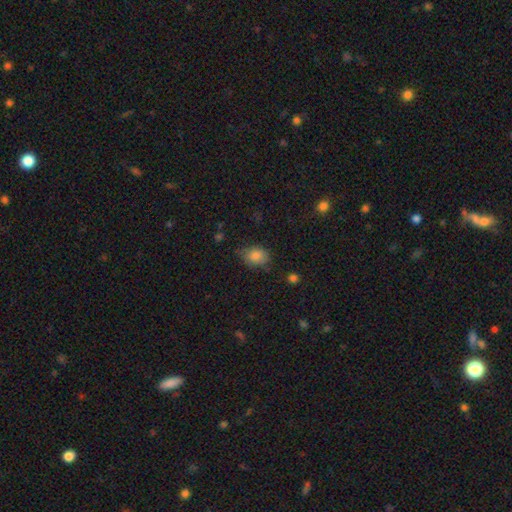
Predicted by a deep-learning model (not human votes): Smooth or featured: smooth — 82% (star or artifact — 10%)
How rounded: in between — 69% (round — 30%)
Merging: none — 64% (minor disturbance — 28%)